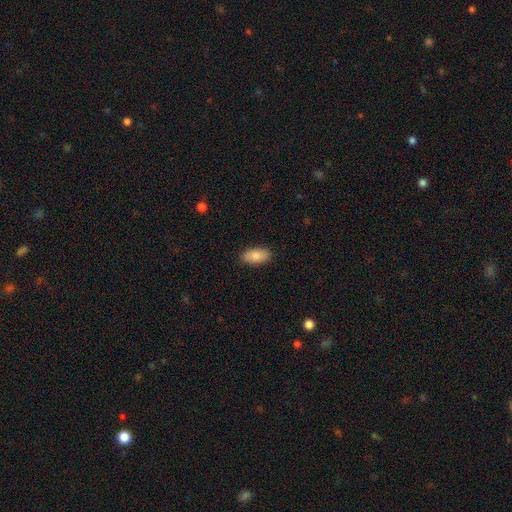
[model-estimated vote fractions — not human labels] A smooth galaxy with no disk features (85%) that is in between round and cigar-shaped (92%). Merging: none (89%).